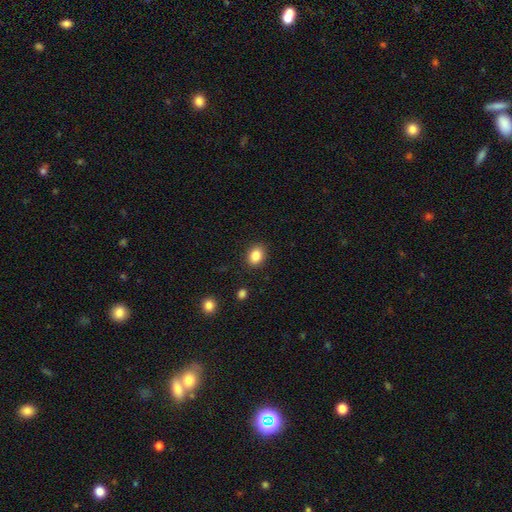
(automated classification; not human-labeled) A smooth galaxy with no disk features (86%) that is in between round and cigar-shaped (64%).

Vote fractions:
- Smooth or featured? smooth: 86% / star or artifact: 9% / featured or disk: 5%
- How rounded? in between: 64% / round: 35% / cigar-shaped: 1%
- Merging? none: 88% / minor disturbance: 8% / major disturbance: 2% / merger: 1%